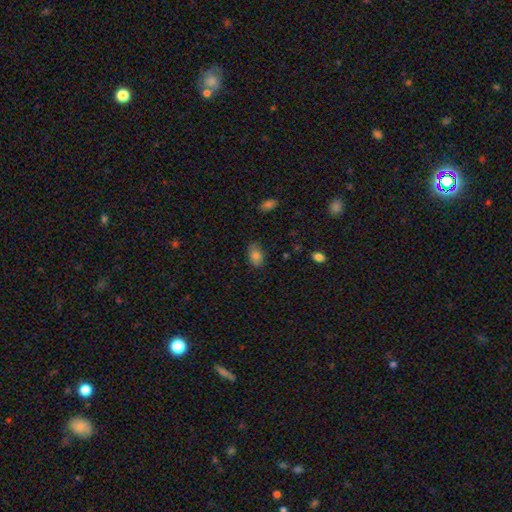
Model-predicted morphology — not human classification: type=smooth (83%); roundness=in between (86%); merging=none (78%).